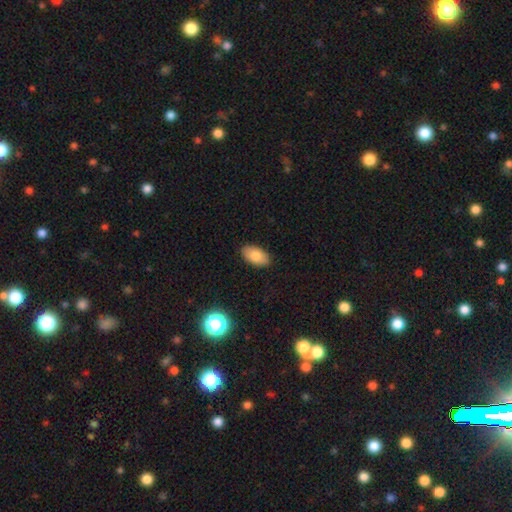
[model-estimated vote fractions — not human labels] Smooth or featured? smooth (83%)
How rounded? in between (94%)
Merging? none (88%)